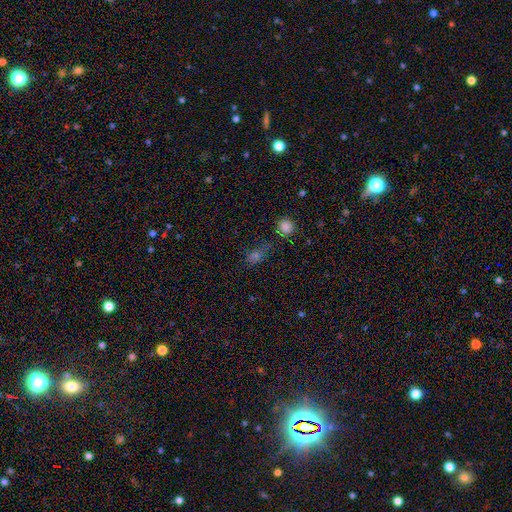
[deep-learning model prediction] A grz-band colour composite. It shows a smooth galaxy with no disk features (51%) that is in between round and cigar-shaped (59%). Merging: none (59%).